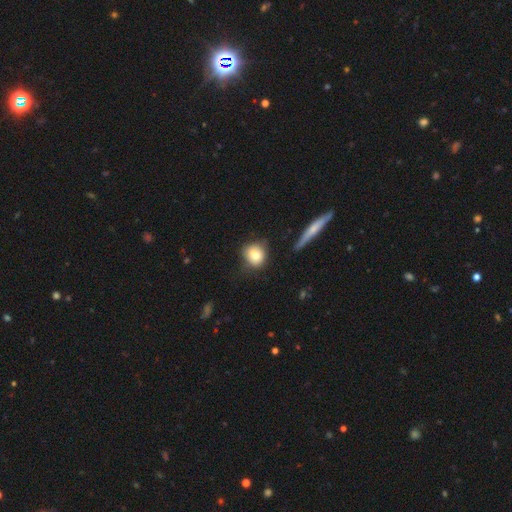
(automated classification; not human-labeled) A smooth galaxy with no disk features (77%) that is round (76%).

Vote fractions:
- Smooth or featured? smooth: 77% / featured or disk: 14% / star or artifact: 8%
- How rounded? round: 76% / in between: 22% / cigar-shaped: 2%
- Merging? none: 67% / minor disturbance: 22% / major disturbance: 7% / merger: 5%